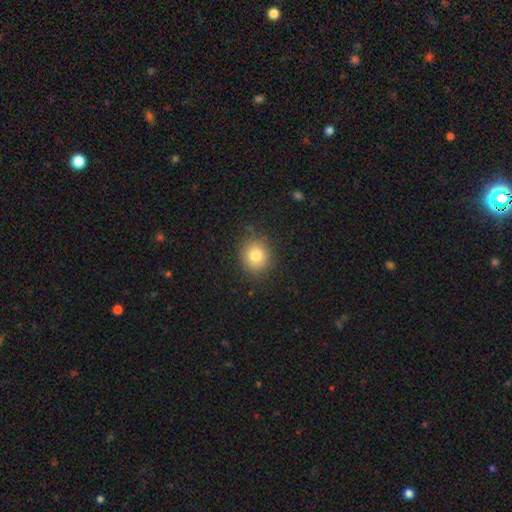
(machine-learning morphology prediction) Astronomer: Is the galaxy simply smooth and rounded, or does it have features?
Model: smooth — 80%.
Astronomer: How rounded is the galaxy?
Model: round — 82%.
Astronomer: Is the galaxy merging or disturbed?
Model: none — 87%.